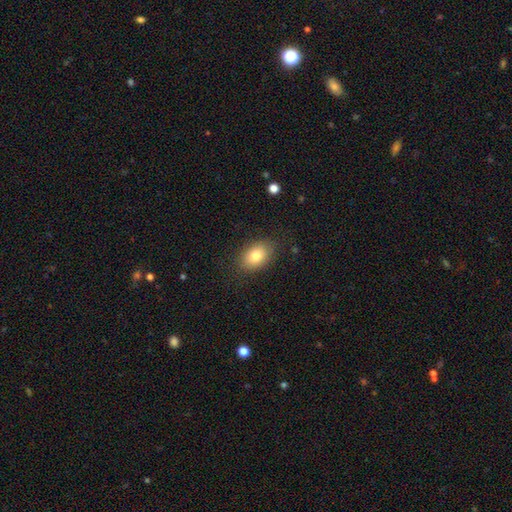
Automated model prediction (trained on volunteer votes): smooth 82%, featured or disk 10%, star or artifact 8%. Down the decision tree: how rounded — in between (84%); merging — none (85%).